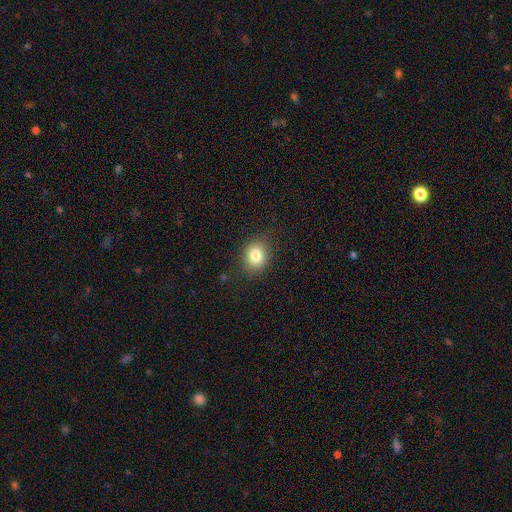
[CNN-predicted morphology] smooth 82%, star or artifact 10%, featured or disk 8%. Down the decision tree: how rounded — round (57%); merging — none (84%).